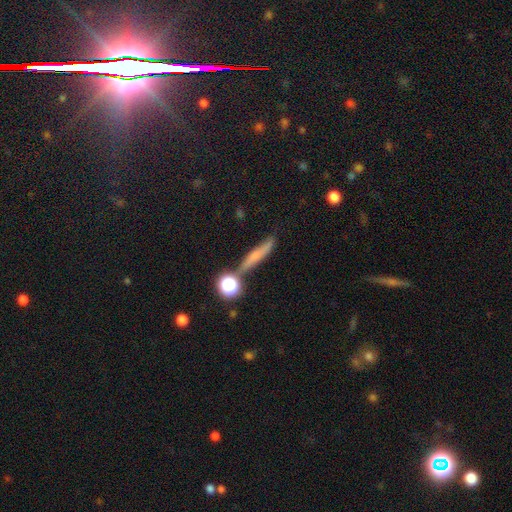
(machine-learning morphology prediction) smooth_or_featured: smooth (p=0.56) [alt: featured or disk p=0.30]
how_rounded: cigar-shaped (p=0.77) [alt: in between p=0.13]
merging: none (p=0.70) [alt: minor disturbance p=0.15]